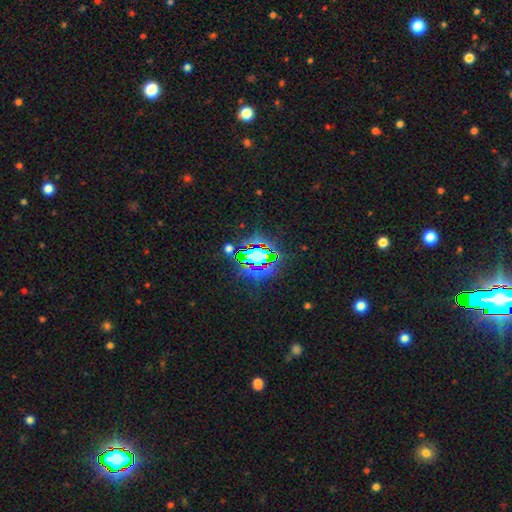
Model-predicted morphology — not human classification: The model was most divided on "smooth or featured": star or artifact: 70%, smooth: 18%, featured or disk: 13%.